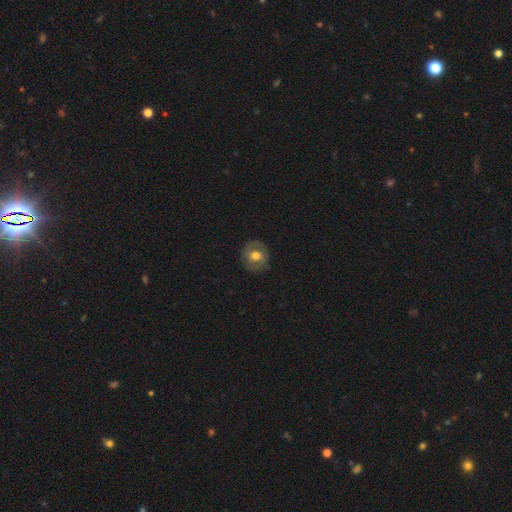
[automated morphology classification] A smooth galaxy with no disk features (50%) that is round (83%). Merging: none (82%).